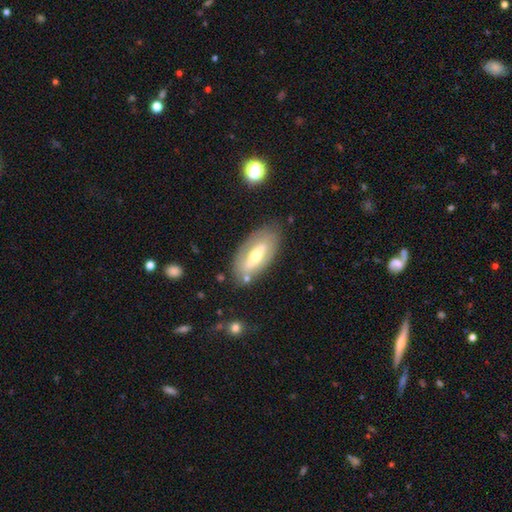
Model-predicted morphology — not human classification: Smooth or featured: featured or disk — 55% (smooth — 39%)
Edge-on disk: no — 73% (yes — 27%)
Merging: none — 77% (minor disturbance — 15%)